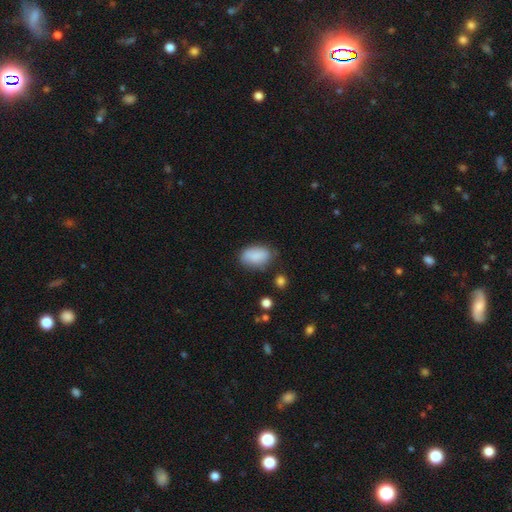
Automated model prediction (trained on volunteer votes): smooth 87%, star or artifact 7%, featured or disk 6%. Down the decision tree: how rounded — in between (90%); merging — none (72%).